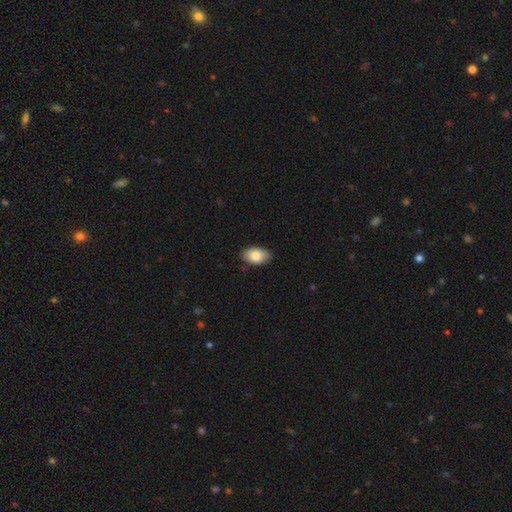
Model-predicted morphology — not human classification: The model was most divided on "merging": none: 83%, minor disturbance: 14%, major disturbance: 2%, merger: 1%. More confident: how rounded — in between (92%); smooth or featured — smooth (85%).